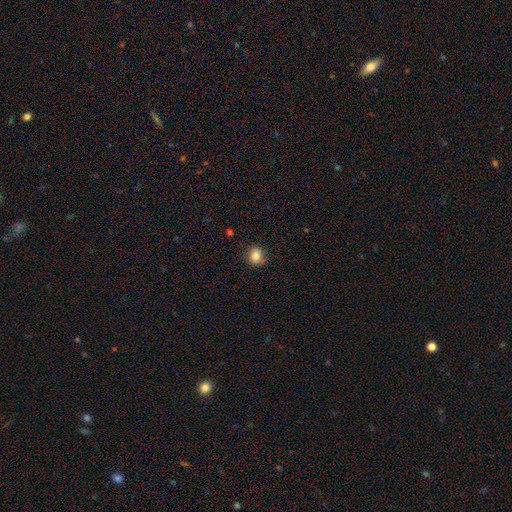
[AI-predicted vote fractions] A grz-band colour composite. It shows a smooth galaxy with no disk features (83%) that is round (71%). Merging: none (82%).